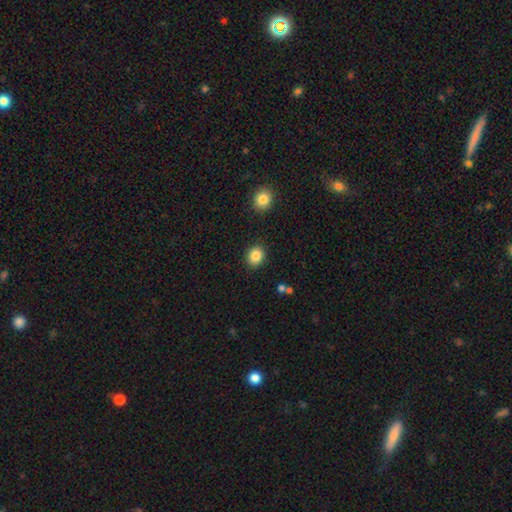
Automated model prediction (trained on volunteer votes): Morphology: type=smooth (86%); roundness=round (63%); merging=none (89%).